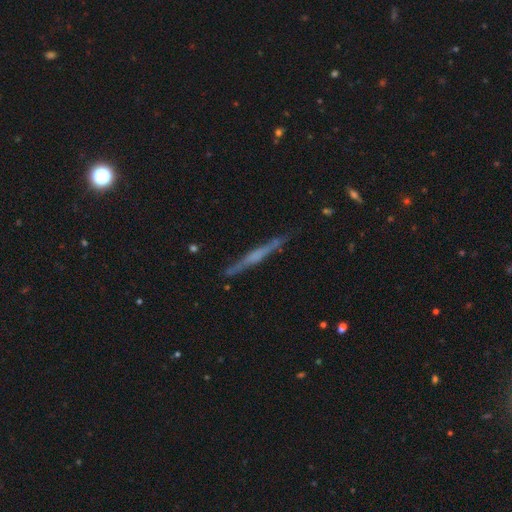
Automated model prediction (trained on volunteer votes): smooth-or-featured: featured or disk: 66% | smooth: 28% | star or artifact: 6%
  disk-edge-on: yes: 97% | no: 3%
    edge-on-bulge: none: 47% | rounded: 31% | boxy: 22%
  merging: none: 84% | minor disturbance: 11% | major disturbance: 2% | merger: 2%